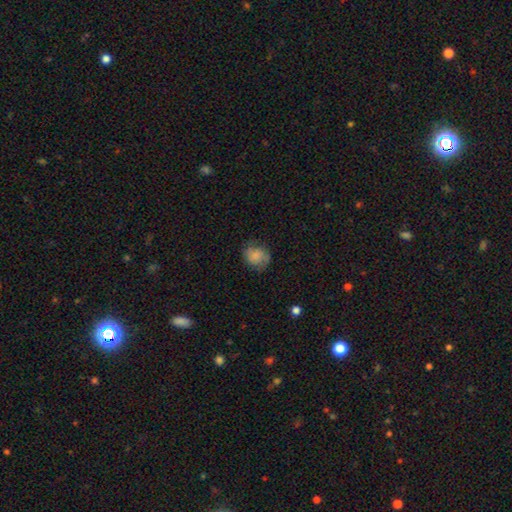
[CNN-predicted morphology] smooth-or-featured: smooth: 73% | featured or disk: 18% | star or artifact: 9%
  how-rounded: round: 71% | in between: 28% | cigar-shaped: 1%
  merging: none: 66% | minor disturbance: 23% | major disturbance: 9% | merger: 1%